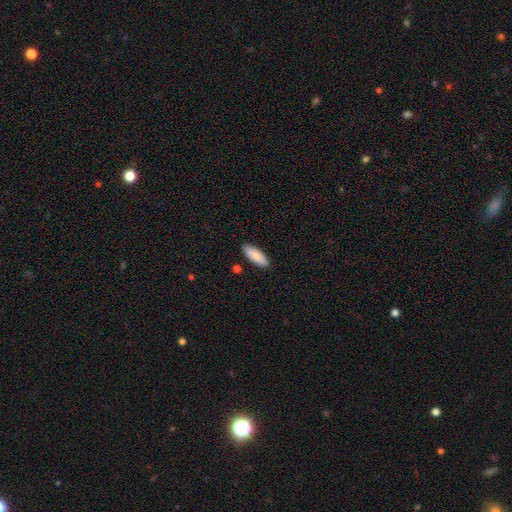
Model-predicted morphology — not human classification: Smooth or featured?
  - smooth: 82% *
  - featured or disk: 12%
  - star or artifact: 6%
How rounded?
  - in between: 67% *
  - cigar-shaped: 31%
  - round: 2%
Merging?
  - none: 88% *
  - minor disturbance: 8%
  - merger: 2%
  - major disturbance: 2%